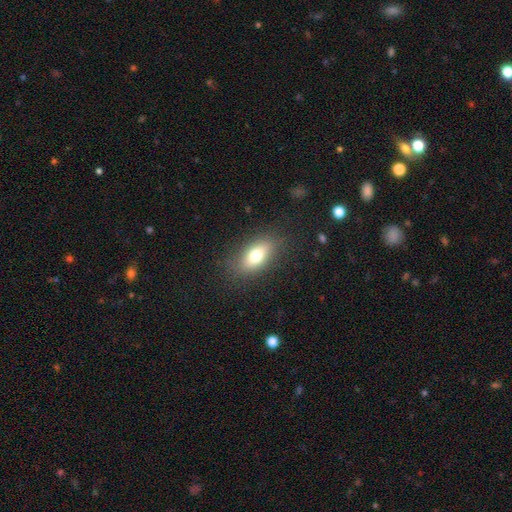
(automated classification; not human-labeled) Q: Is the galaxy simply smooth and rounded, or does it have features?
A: smooth — 73%.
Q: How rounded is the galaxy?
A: in between — 83%.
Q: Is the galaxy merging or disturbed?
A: none — 83%.